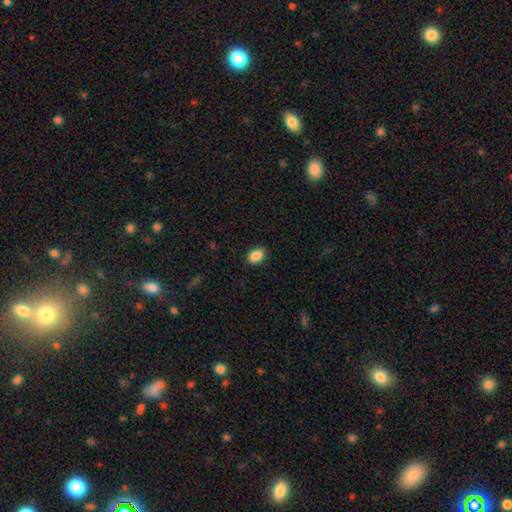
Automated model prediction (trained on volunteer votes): This is clearly a smooth galaxy (89%). How rounded: clearly in between (84%). Merging: clearly none (89%).